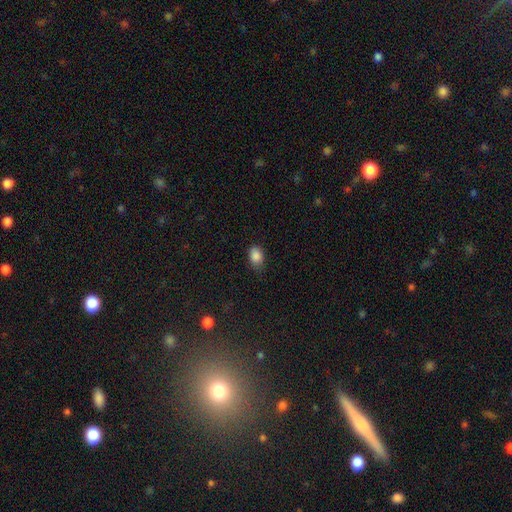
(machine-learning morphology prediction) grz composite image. It shows a smooth galaxy with no disk features (86%) that is in between round and cigar-shaped (76%). Merging: none (70%).